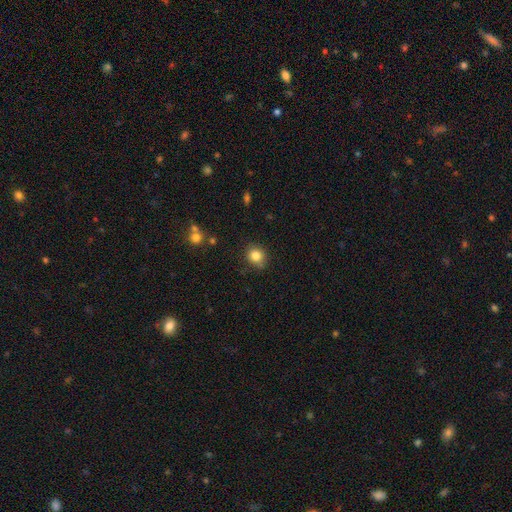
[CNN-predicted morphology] Smooth or featured: smooth — 83% (star or artifact — 10%)
How rounded: round — 71% (in between — 28%)
Merging: none — 76% (minor disturbance — 18%)